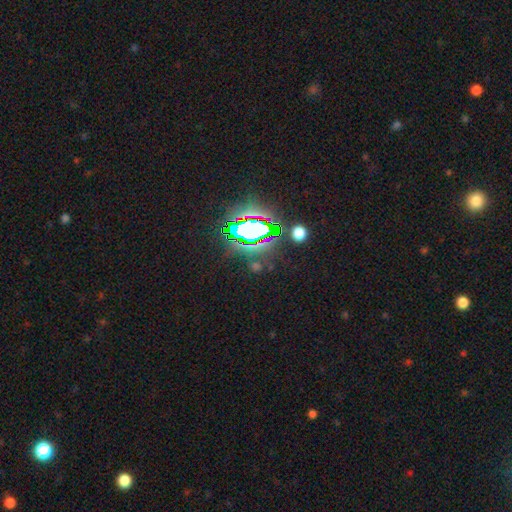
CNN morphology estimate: star or artifact 80%, smooth 11%, featured or disk 9%.